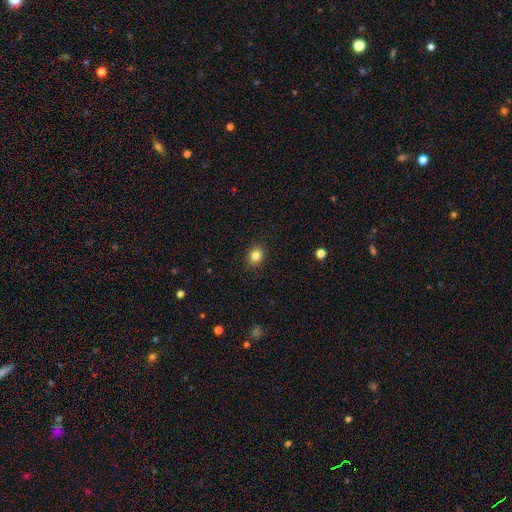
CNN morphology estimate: smooth 83%, star or artifact 11%, featured or disk 6%. Down the decision tree: how rounded — round (60%); merging — none (90%).